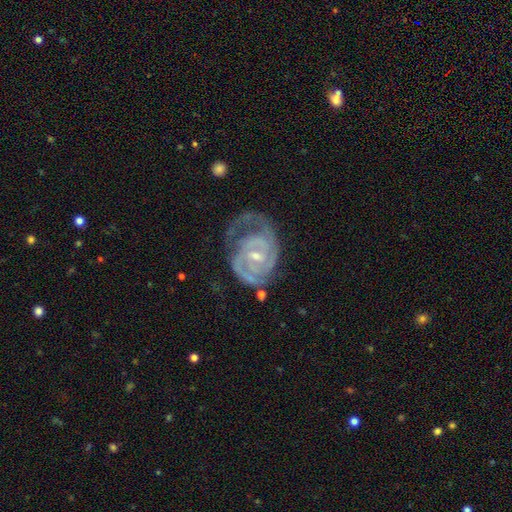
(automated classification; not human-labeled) Smooth or featured? Predicted: featured or disk (p=0.89). Edge-on disk? Predicted: no (p=0.97). Bar? Predicted: weak (p=0.49). Spiral arms? Predicted: yes (p=0.96). Spiral winding? Predicted: tight (p=0.62). Spiral arm count? Predicted: 2 (p=0.56). Bulge size? Predicted: small (p=0.59). Merging? Predicted: none (p=0.50).